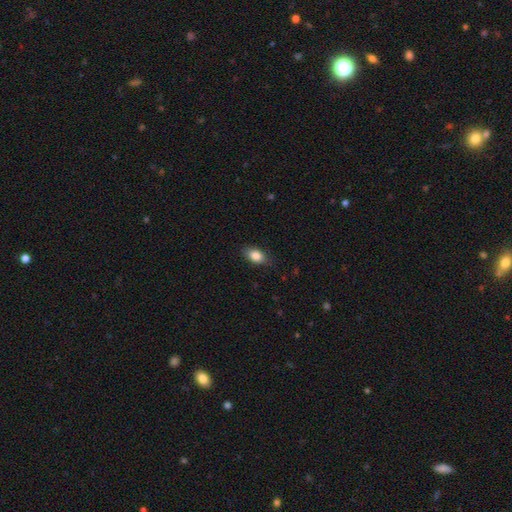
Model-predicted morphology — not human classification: Smooth or featured? Predicted: smooth (p=0.86). How rounded? Predicted: in between (p=0.87). Merging? Predicted: none (p=0.85).